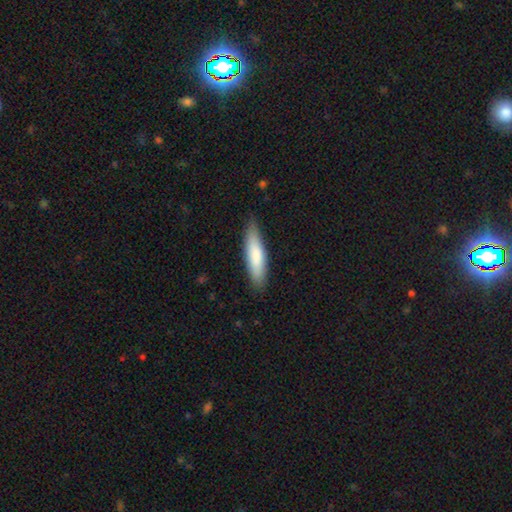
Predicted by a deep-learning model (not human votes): Overall: smooth (79%). How rounded: cigar-shaped (72%). Merging: none (85%).